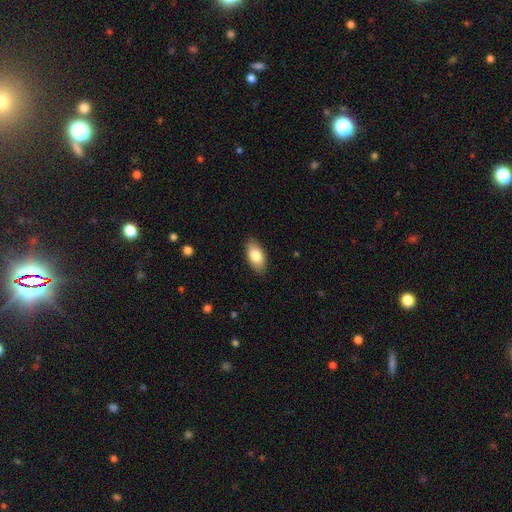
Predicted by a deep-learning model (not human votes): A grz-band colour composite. It shows a smooth galaxy with no disk features (82%) that is in between round and cigar-shaped (93%). Merging: none (87%).